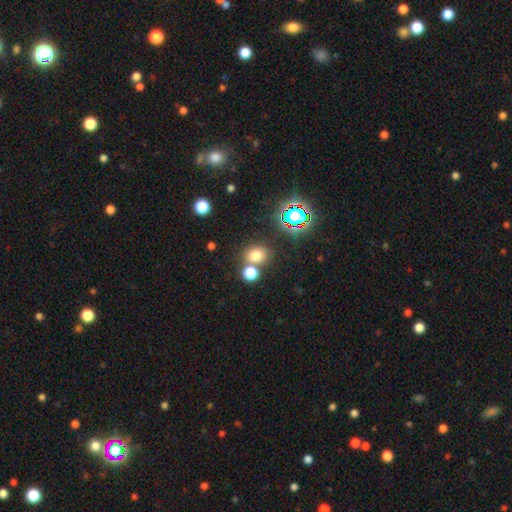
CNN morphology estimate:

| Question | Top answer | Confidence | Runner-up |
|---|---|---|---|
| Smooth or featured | smooth | 72% | star or artifact (21%) |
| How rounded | round | 65% | in between (34%) |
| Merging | none | 67% | merger (21%) |